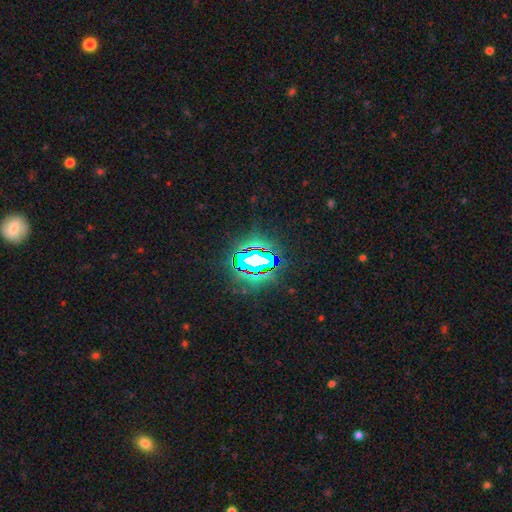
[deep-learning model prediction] This is likely a star or artifact rather than a galaxy (76%).